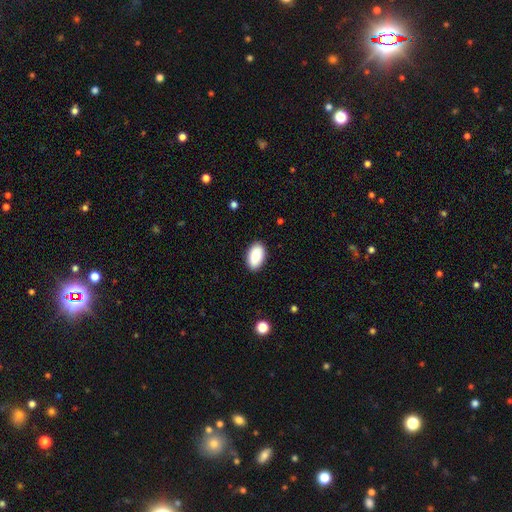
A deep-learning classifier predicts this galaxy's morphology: Smooth or featured: smooth — 90% (star or artifact — 6%)
How rounded: in between — 95% (round — 4%)
Merging: none — 88% (minor disturbance — 9%)